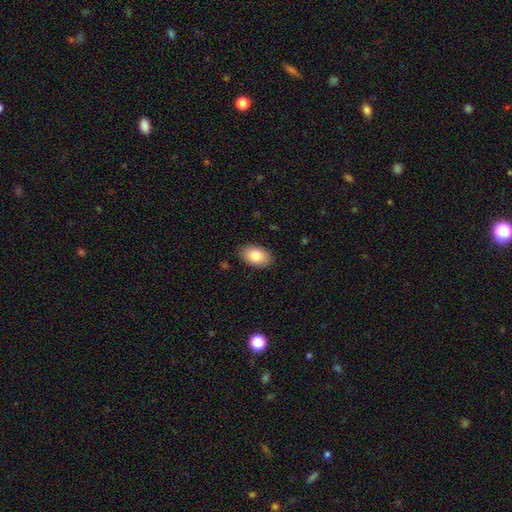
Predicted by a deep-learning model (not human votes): This is clearly a smooth galaxy (83%). How rounded: clearly in between (93%). Merging: clearly none (87%).